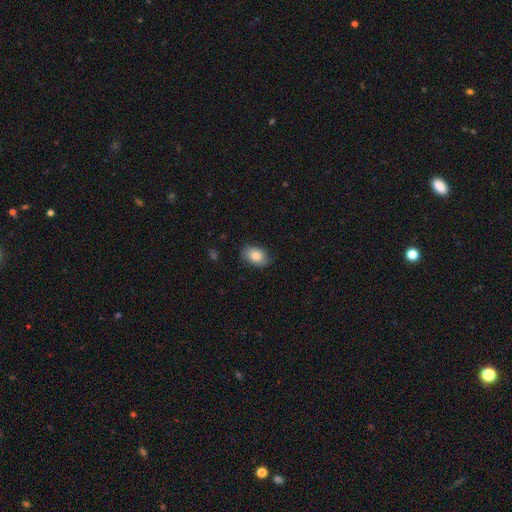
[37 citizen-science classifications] This is clearly a smooth galaxy (92%). How rounded: clearly in between (88%). Merging: clearly none (86%).